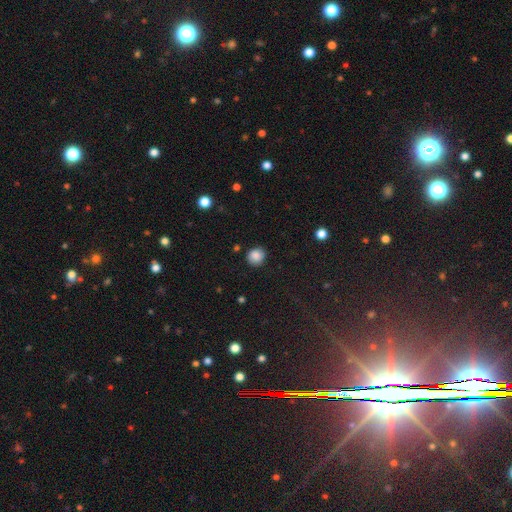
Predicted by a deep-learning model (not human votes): Smooth or featured?
  - smooth: 86% *
  - star or artifact: 10%
  - featured or disk: 4%
How rounded?
  - round: 87% *
  - in between: 13%
  - cigar-shaped: 1%
Merging?
  - none: 85% *
  - minor disturbance: 11%
  - major disturbance: 3%
  - merger: 1%